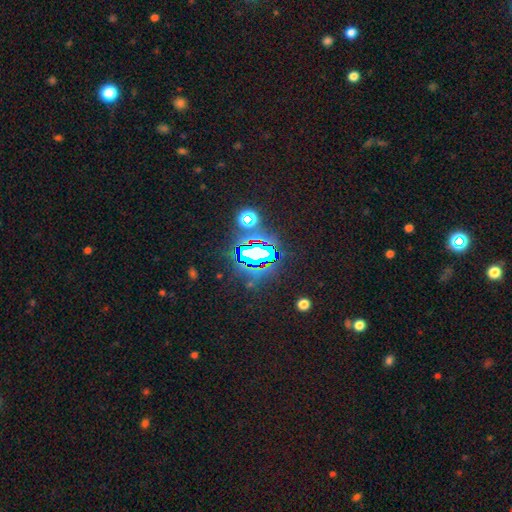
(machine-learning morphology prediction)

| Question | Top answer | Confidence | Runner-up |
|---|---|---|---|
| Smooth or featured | star or artifact | 75% | smooth (14%) |